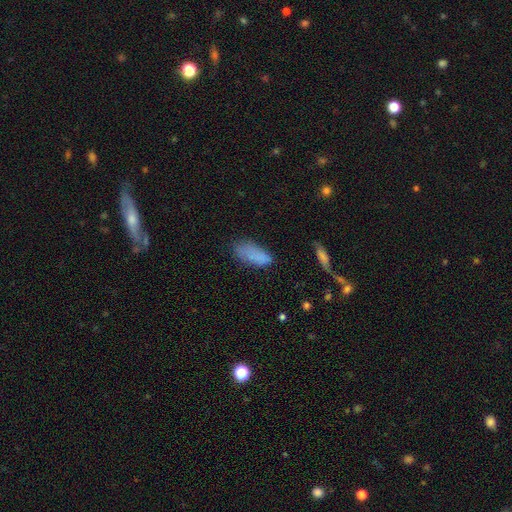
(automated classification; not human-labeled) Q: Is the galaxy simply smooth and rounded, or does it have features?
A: smooth — 80%.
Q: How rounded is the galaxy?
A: in between — 81%.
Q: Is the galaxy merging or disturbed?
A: none — 57%.